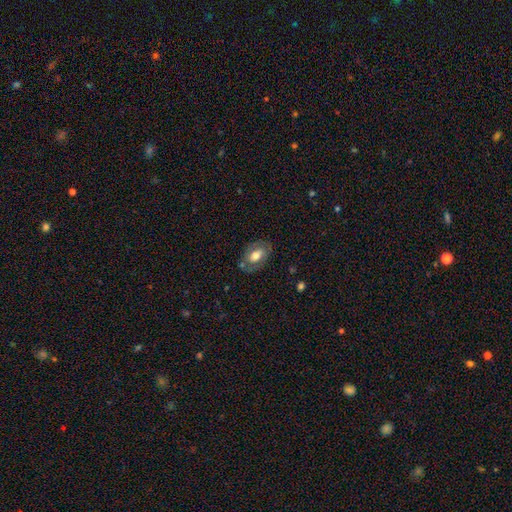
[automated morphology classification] smooth_or_featured: smooth (p=0.54) [alt: featured or disk p=0.39]
how_rounded: in between (p=0.86) [alt: round p=0.12]
merging: none (p=0.74) [alt: minor disturbance p=0.16]